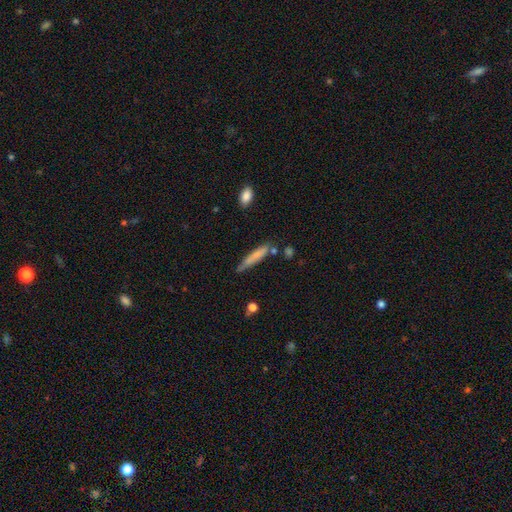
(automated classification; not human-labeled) This is likely a smooth galaxy (73%). How rounded: clearly cigar-shaped (89%). Merging: likely none (68%).